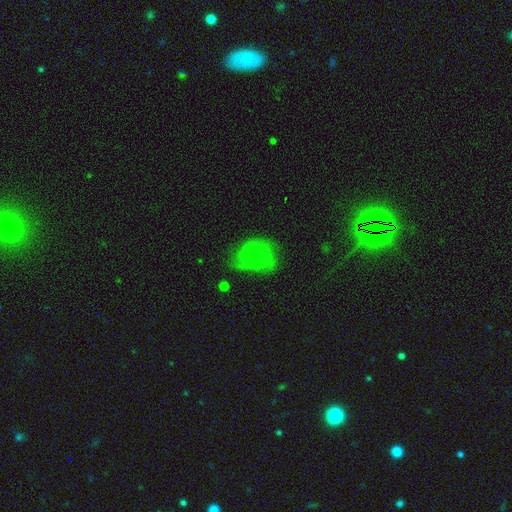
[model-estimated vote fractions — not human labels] Smooth or featured? Predicted: featured or disk (p=0.45). Merging? Predicted: none (p=0.45).